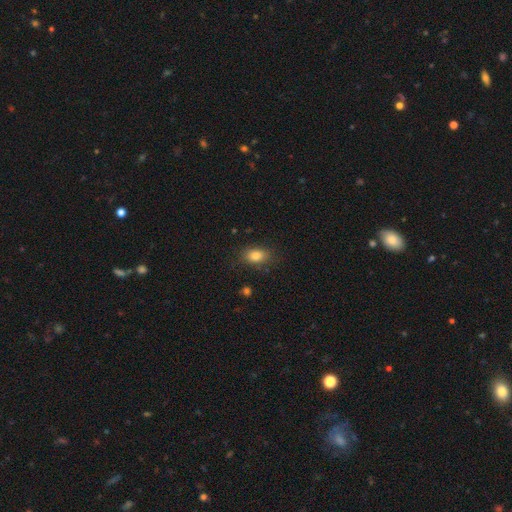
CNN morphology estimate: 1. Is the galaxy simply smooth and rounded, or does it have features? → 83% smooth, 10% star or artifact, 7% featured or disk.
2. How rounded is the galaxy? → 79% in between, 19% round, 2% cigar-shaped.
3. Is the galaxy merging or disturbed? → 82% none, 13% minor disturbance, 3% major disturbance, 1% merger.